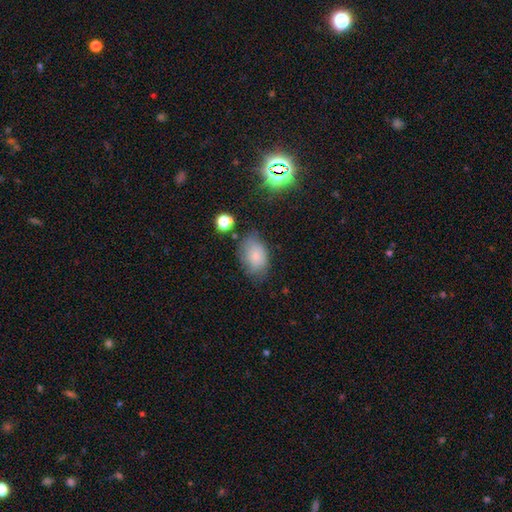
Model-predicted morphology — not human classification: A smooth galaxy with no disk features (74%) that is in between round and cigar-shaped (85%). Merging: none (65%).